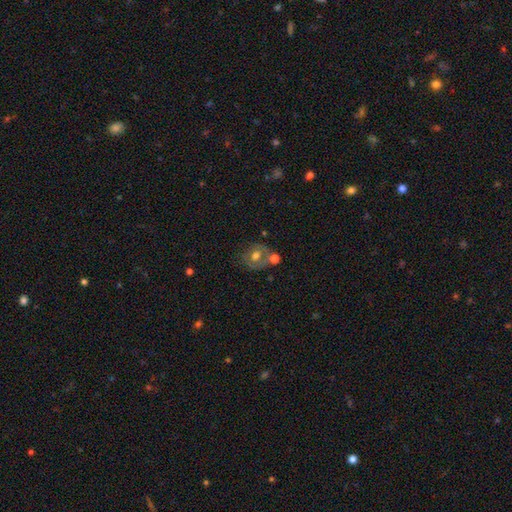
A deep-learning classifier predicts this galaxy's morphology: smooth-or-featured: smooth: 47% | featured or disk: 43% | star or artifact: 10%
  merging: none: 51% | merger: 24% | minor disturbance: 17% | major disturbance: 8%